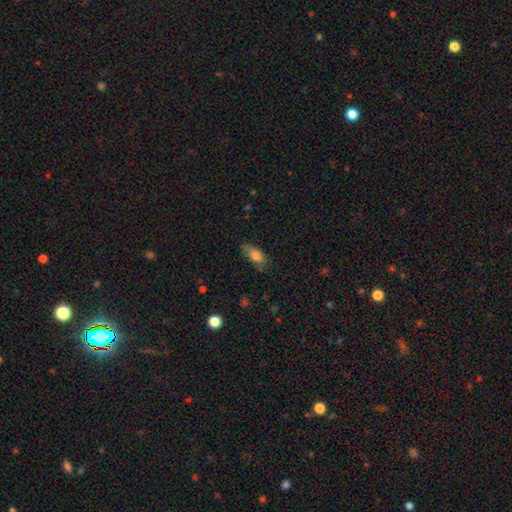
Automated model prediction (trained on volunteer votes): smooth_or_featured: smooth (p=0.76) [alt: featured or disk p=0.16]
how_rounded: in between (p=0.83) [alt: cigar-shaped p=0.13]
merging: none (p=0.65) [alt: minor disturbance p=0.26]